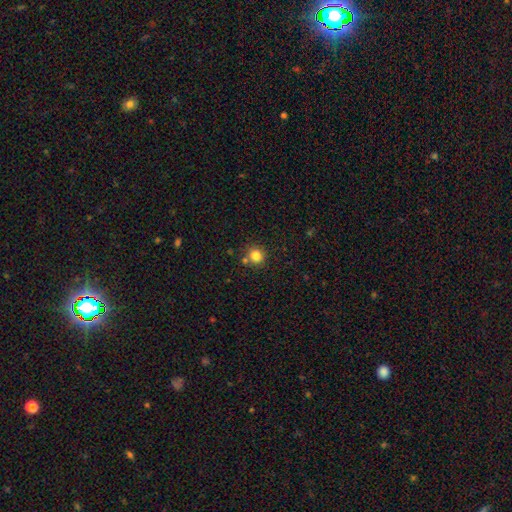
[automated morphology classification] smooth-or-featured: smooth: 82% | star or artifact: 12% | featured or disk: 6%
  how-rounded: round: 88% | in between: 11% | cigar-shaped: 1%
  merging: none: 74% | merger: 12% | minor disturbance: 10% | major disturbance: 3%